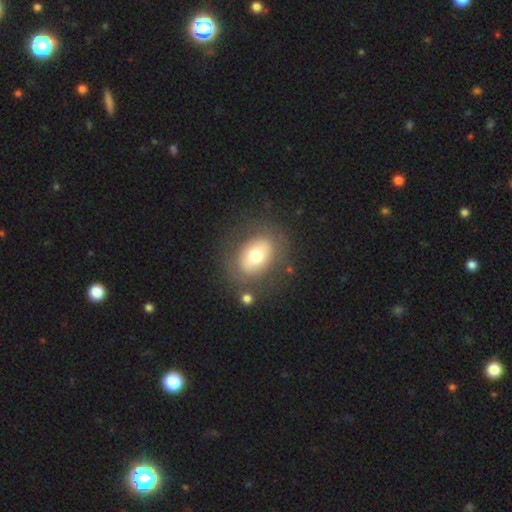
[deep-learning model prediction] Smooth or featured?
  - smooth: 62% *
  - featured or disk: 30%
  - star or artifact: 9%
How rounded?
  - in between: 68% *
  - round: 31%
  - cigar-shaped: 1%
Merging?
  - none: 75% *
  - minor disturbance: 13%
  - major disturbance: 8%
  - merger: 4%